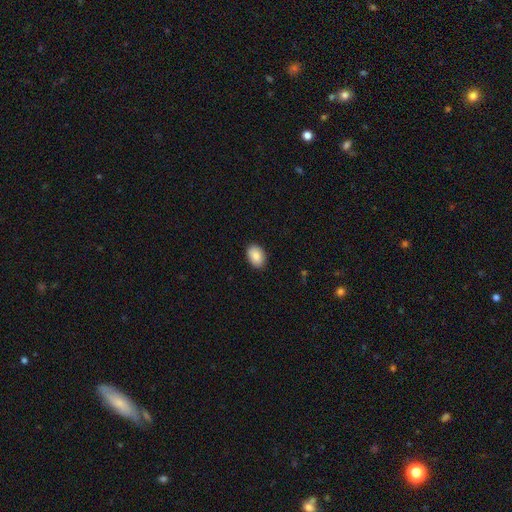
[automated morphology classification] Q: Smooth or featured?
A: smooth (88%); runner-up: star or artifact (7%)
Q: How rounded?
A: in between (86%); runner-up: round (13%)
Q: Merging?
A: none (89%); runner-up: minor disturbance (8%)